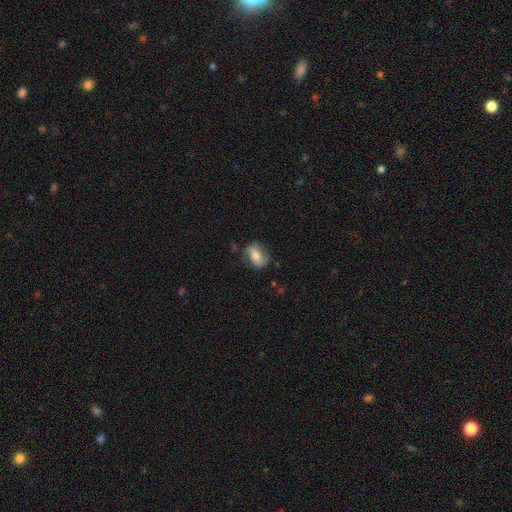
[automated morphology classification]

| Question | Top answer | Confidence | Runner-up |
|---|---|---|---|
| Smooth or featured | smooth | 49% | featured or disk (43%) |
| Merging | none | 64% | minor disturbance (24%) |